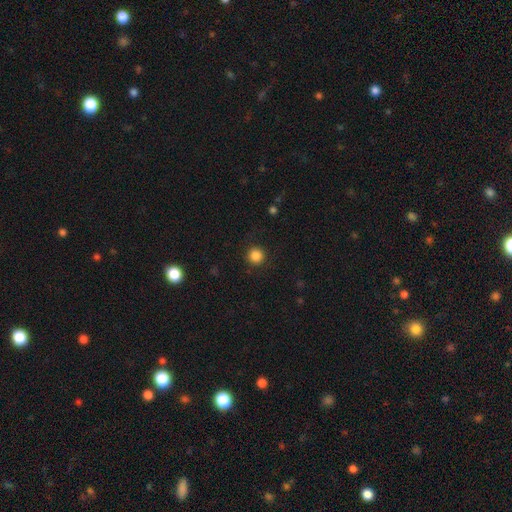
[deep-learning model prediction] Morphology: type=smooth (86%); roundness=round (96%); merging=none (91%).